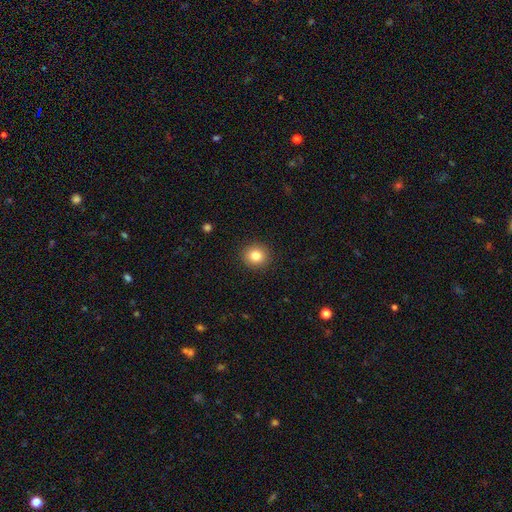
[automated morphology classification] Smooth or featured? Predicted: smooth (p=0.82). How rounded? Predicted: round (p=0.90). Merging? Predicted: none (p=0.91).